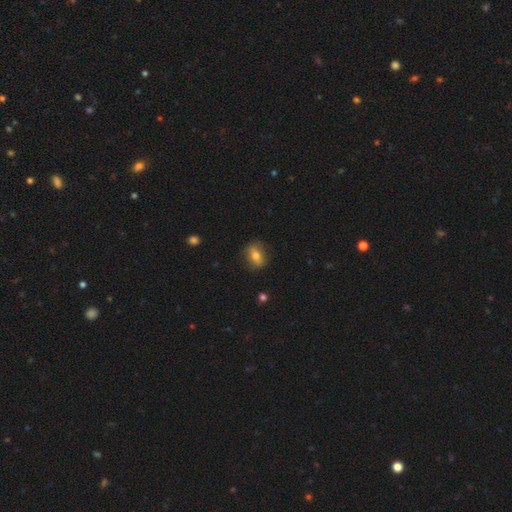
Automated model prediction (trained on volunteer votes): Smooth or featured?
  - smooth: 68% *
  - featured or disk: 23%
  - star or artifact: 8%
How rounded?
  - in between: 68% *
  - round: 25%
  - cigar-shaped: 6%
Merging?
  - none: 80% *
  - minor disturbance: 15%
  - major disturbance: 4%
  - merger: 1%